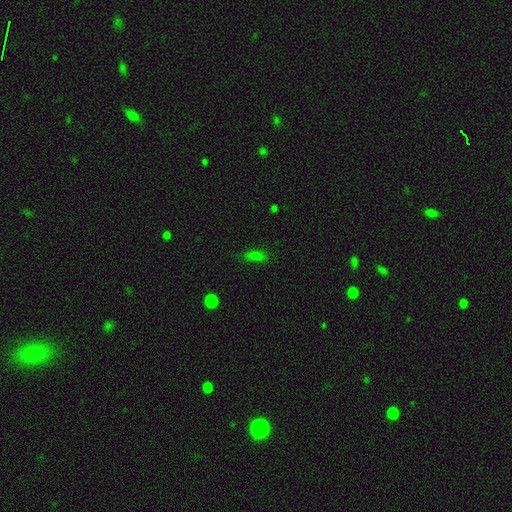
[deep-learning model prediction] Morphology: type=smooth (76%); roundness=in between (65%); merging=none (76%).